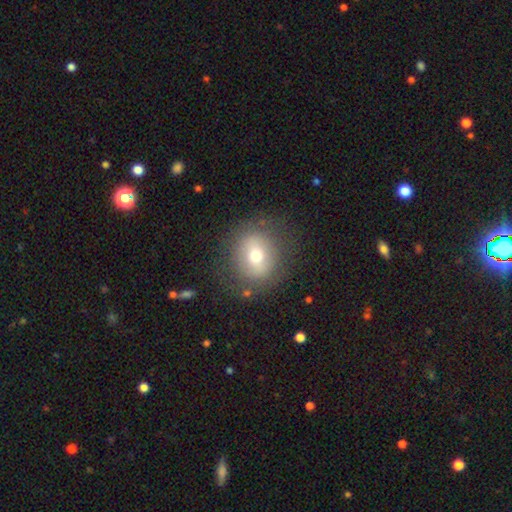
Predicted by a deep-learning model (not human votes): Q: Smooth or featured?
A: smooth (62%); runner-up: featured or disk (27%)
Q: How rounded?
A: round (79%); runner-up: in between (20%)
Q: Merging?
A: none (81%); runner-up: minor disturbance (11%)